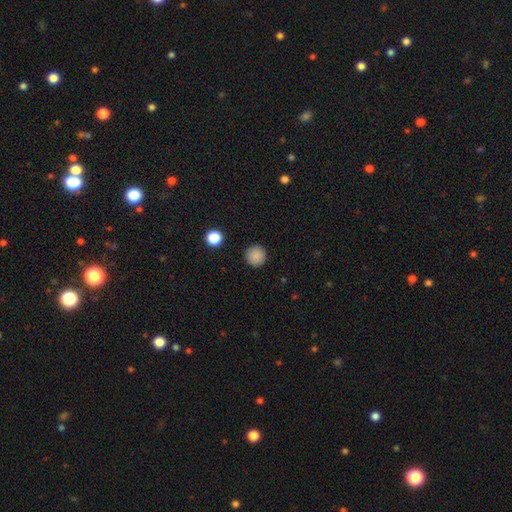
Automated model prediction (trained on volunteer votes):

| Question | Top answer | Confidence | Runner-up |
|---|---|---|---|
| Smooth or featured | smooth | 87% | star or artifact (10%) |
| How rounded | round | 96% | in between (3%) |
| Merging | none | 92% | minor disturbance (5%) |